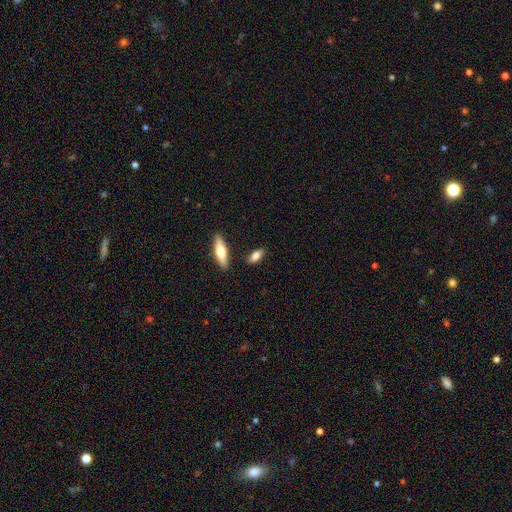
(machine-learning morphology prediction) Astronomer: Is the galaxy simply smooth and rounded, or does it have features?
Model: smooth — 76%.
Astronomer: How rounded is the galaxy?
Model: in between — 69%.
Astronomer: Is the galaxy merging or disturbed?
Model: none — 78%.